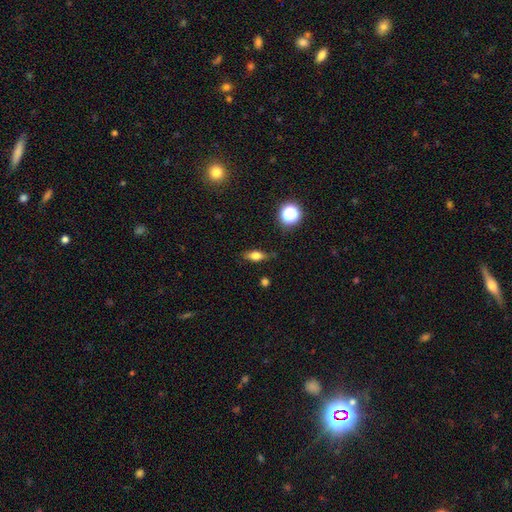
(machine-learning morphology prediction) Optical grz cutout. It shows a smooth galaxy with no disk features (64%) that is in between round and cigar-shaped (66%). Merging: none (82%).